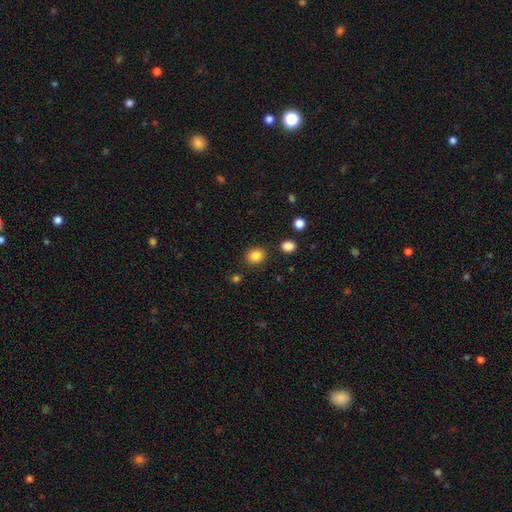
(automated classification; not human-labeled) Smooth or featured? Predicted: smooth (p=0.85). How rounded? Predicted: round (p=0.70). Merging? Predicted: none (p=0.86).